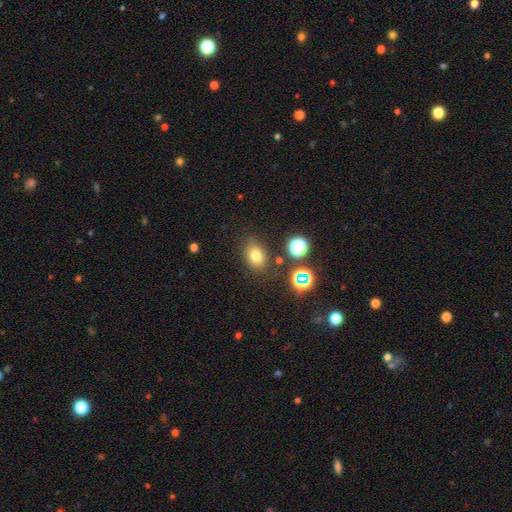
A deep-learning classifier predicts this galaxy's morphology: Smooth or featured? Predicted: smooth (p=0.74). How rounded? Predicted: in between (p=0.65). Merging? Predicted: none (p=0.79).